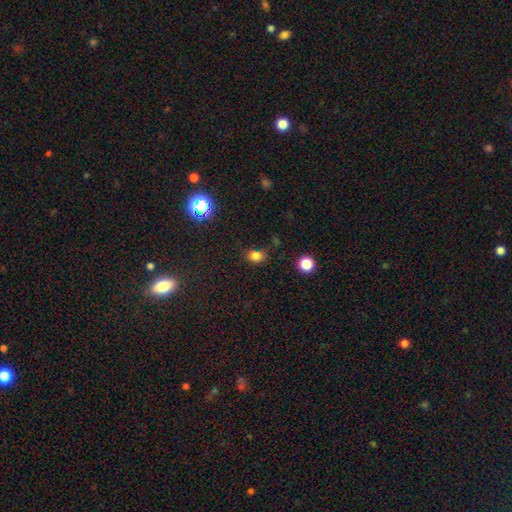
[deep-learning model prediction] This appears to be a smooth galaxy with no disk features (78%) that is in between round and cigar-shaped (57%). Merging: none (72%).